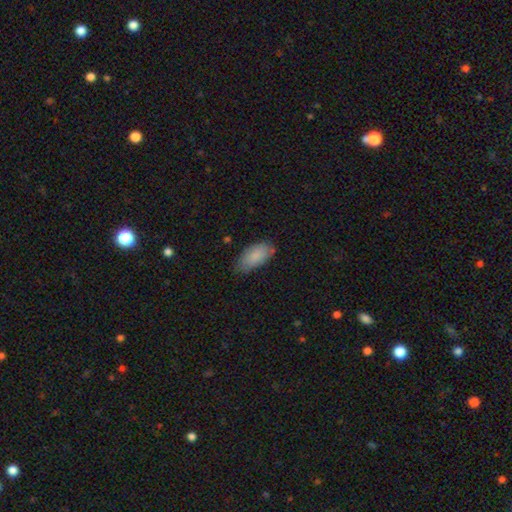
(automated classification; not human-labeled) Smooth or featured: smooth — 86% (featured or disk — 8%)
How rounded: in between — 91% (cigar-shaped — 7%)
Merging: none — 70% (minor disturbance — 24%)